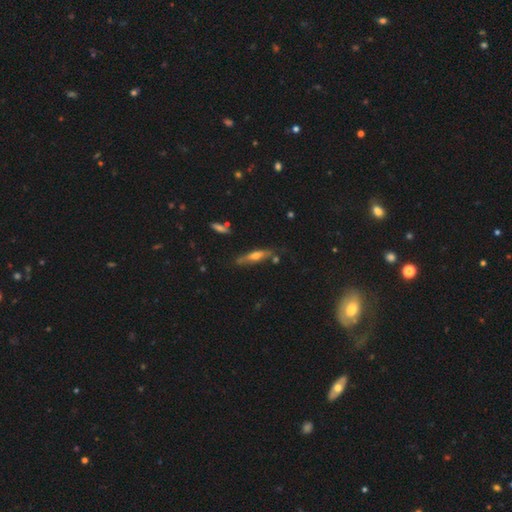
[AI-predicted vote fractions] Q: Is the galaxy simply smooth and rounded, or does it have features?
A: featured or disk — 55%.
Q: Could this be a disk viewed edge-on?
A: yes — 88%.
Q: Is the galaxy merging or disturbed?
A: none — 74%.